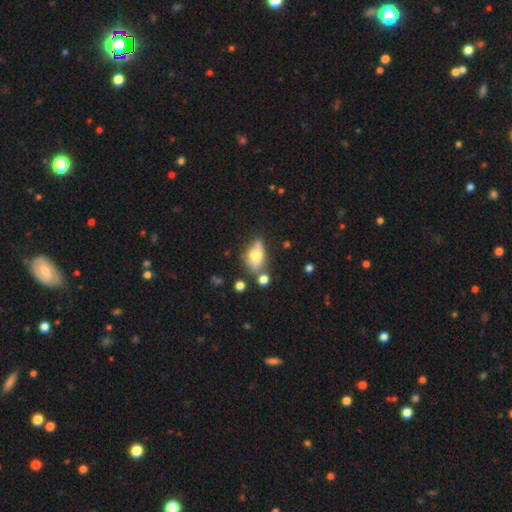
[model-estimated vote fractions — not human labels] Smooth or featured: smooth — 62% (featured or disk — 29%)
How rounded: in between — 85% (round — 9%)
Merging: none — 49% (minor disturbance — 26%)